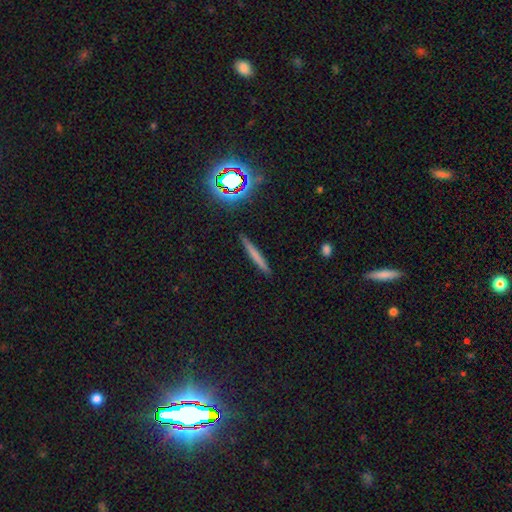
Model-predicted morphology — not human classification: smooth 61%, featured or disk 26%, star or artifact 13%. Down the decision tree: how rounded — cigar-shaped (95%); merging — none (90%).